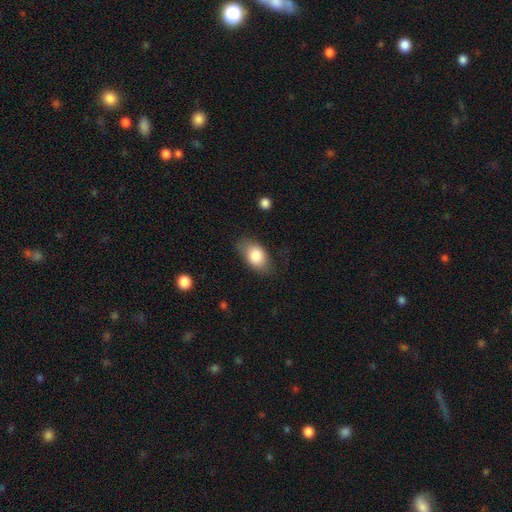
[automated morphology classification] Smooth or featured?
  - smooth: 82% *
  - featured or disk: 12%
  - star or artifact: 7%
How rounded?
  - in between: 87% *
  - round: 11%
  - cigar-shaped: 2%
Merging?
  - none: 72% *
  - minor disturbance: 20%
  - major disturbance: 7%
  - merger: 1%